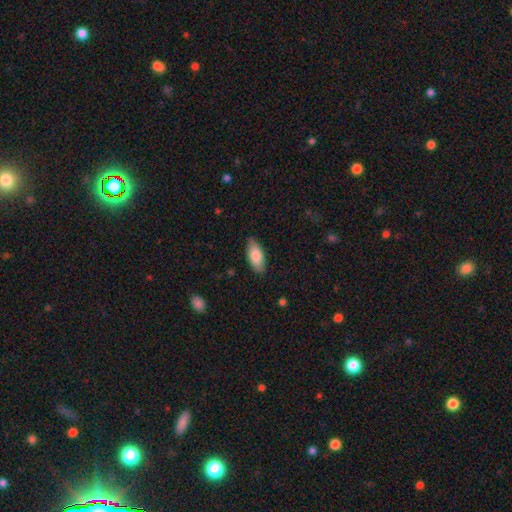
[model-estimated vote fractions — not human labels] Morphology: type=smooth (82%); roundness=in between (86%); merging=none (84%).